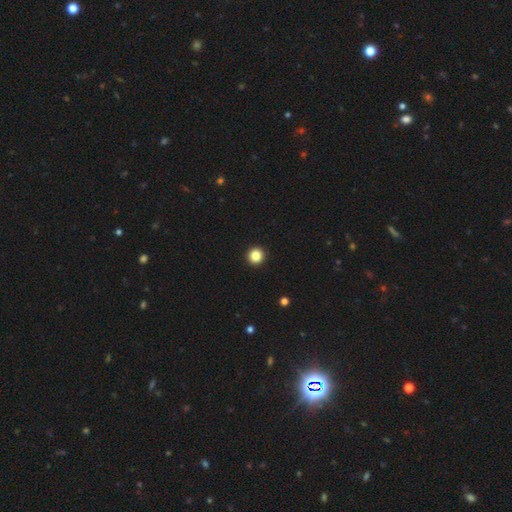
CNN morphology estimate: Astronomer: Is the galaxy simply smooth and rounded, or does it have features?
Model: smooth — 86%.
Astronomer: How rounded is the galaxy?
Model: round — 96%.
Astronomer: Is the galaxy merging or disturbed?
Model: none — 94%.